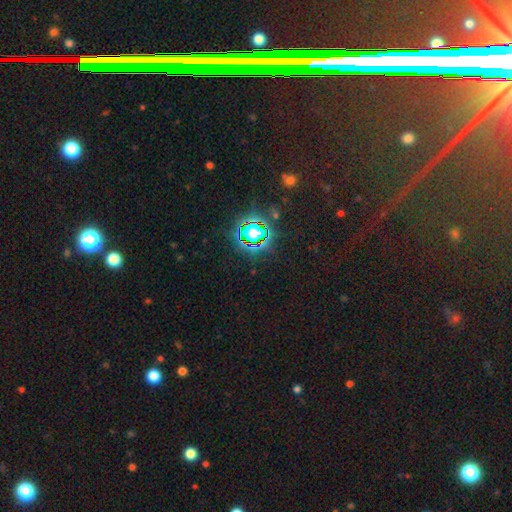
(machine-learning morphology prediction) Smooth or featured? Predicted: star or artifact (p=0.77).